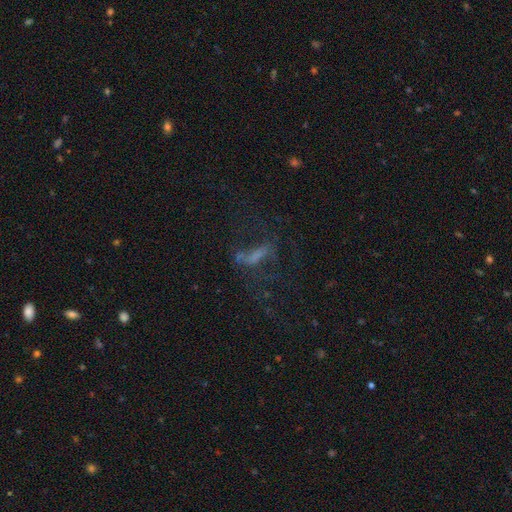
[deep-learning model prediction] smooth-or-featured: featured or disk: 40% | smooth: 35% | star or artifact: 25%
  merging: none: 42% | major disturbance: 35% | minor disturbance: 17% | merger: 6%